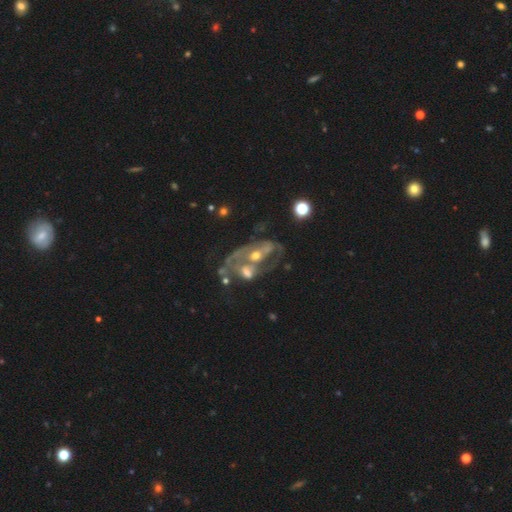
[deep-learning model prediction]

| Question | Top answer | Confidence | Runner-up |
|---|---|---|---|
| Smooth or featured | featured or disk | 78% | smooth (13%) |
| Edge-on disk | no | 94% | yes (6%) |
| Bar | no | 59% | weak (26%) |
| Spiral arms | yes | 62% | no (38%) |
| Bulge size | moderate | 54% | small (35%) |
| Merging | merger | 43% | none (24%) |